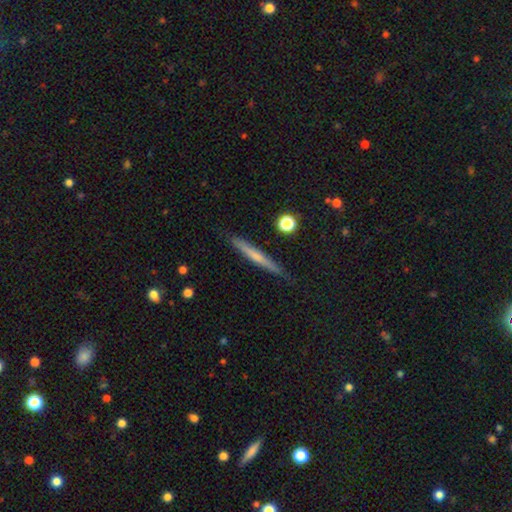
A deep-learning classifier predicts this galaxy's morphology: Smooth or featured?
  - smooth: 51% *
  - featured or disk: 42%
  - star or artifact: 6%
How rounded?
  - cigar-shaped: 96% *
  - in between: 3%
  - round: 2%
Merging?
  - none: 86% *
  - minor disturbance: 11%
  - major disturbance: 2%
  - merger: 2%